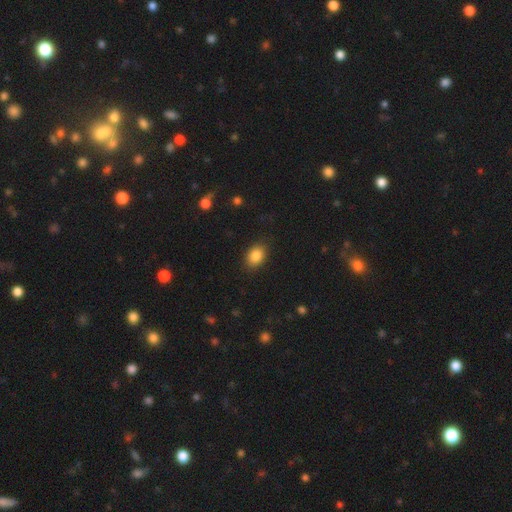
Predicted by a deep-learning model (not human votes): smooth_or_featured: smooth (p=0.85) [alt: star or artifact p=0.09]
how_rounded: in between (p=0.76) [alt: round p=0.23]
merging: none (p=0.85) [alt: minor disturbance p=0.11]